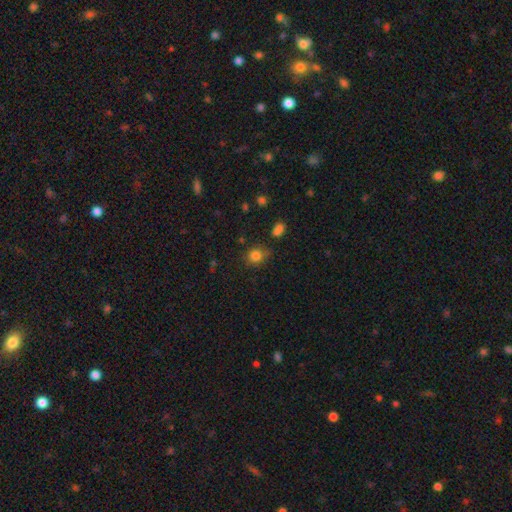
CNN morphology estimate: type=smooth (82%); roundness=round (74%); merging=none (75%).